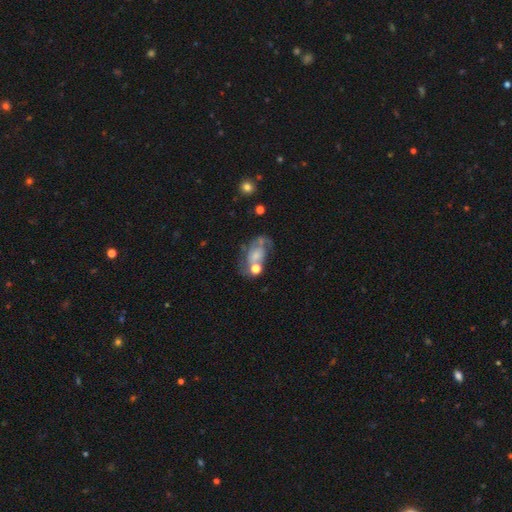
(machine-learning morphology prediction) Smooth or featured? Predicted: featured or disk (p=0.53). Edge-on disk? Predicted: no (p=0.96). Bar? Predicted: no (p=0.76). Spiral arms? Predicted: yes (p=0.53). Bulge size? Predicted: small (p=0.33). Merging? Predicted: none (p=0.35).